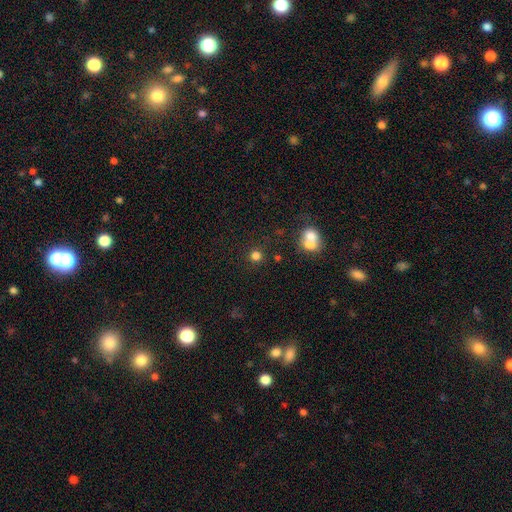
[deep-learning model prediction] smooth_or_featured: smooth (p=0.79) [alt: star or artifact p=0.15]
how_rounded: round (p=0.92) [alt: in between p=0.07]
merging: none (p=0.79) [alt: merger p=0.12]